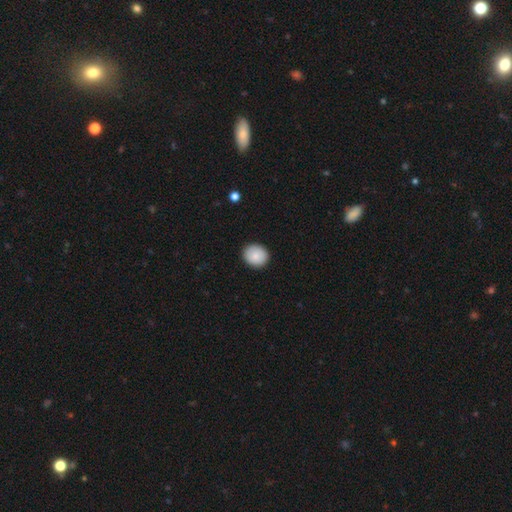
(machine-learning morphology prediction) Smooth or featured? Predicted: smooth (p=0.86). How rounded? Predicted: round (p=0.79). Merging? Predicted: none (p=0.90).